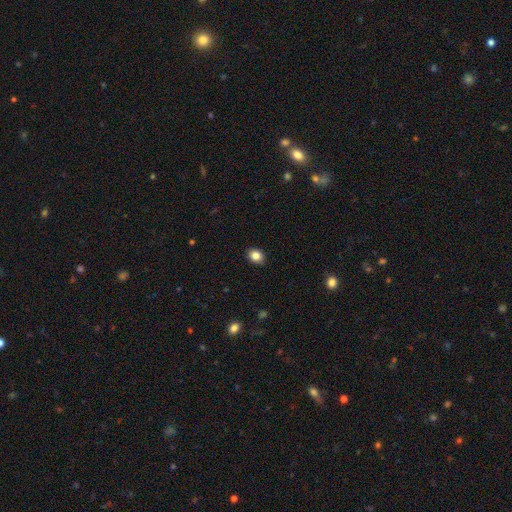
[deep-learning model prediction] smooth 85%, star or artifact 10%, featured or disk 5%. Down the decision tree: how rounded — round (58%); merging — none (89%).